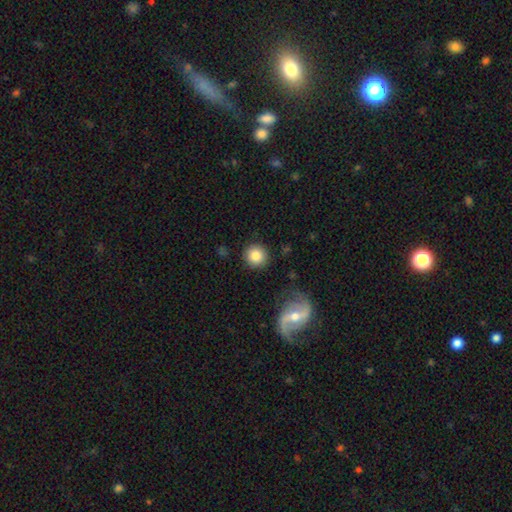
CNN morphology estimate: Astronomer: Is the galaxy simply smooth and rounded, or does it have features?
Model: smooth — 83%.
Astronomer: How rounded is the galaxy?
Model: round — 93%.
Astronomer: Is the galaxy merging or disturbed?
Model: none — 88%.